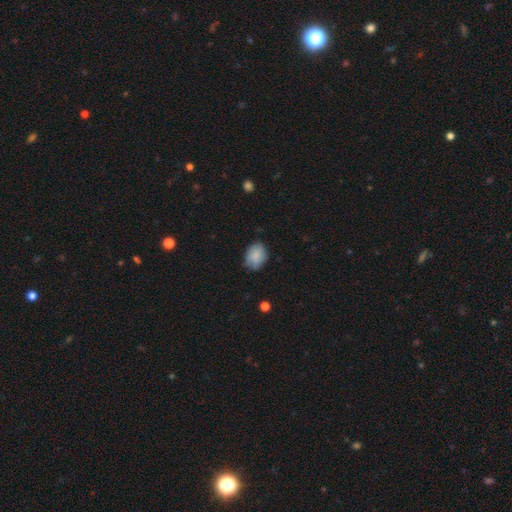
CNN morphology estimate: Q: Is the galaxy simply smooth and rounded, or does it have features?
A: smooth — 83%.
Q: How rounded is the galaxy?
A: in between — 64%.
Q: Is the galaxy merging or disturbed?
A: none — 72%.